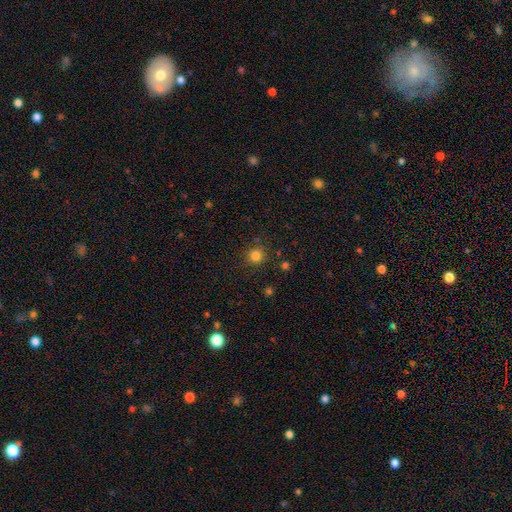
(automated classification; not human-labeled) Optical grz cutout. It shows a smooth galaxy with no disk features (82%) that is round (92%). Merging: none (86%).